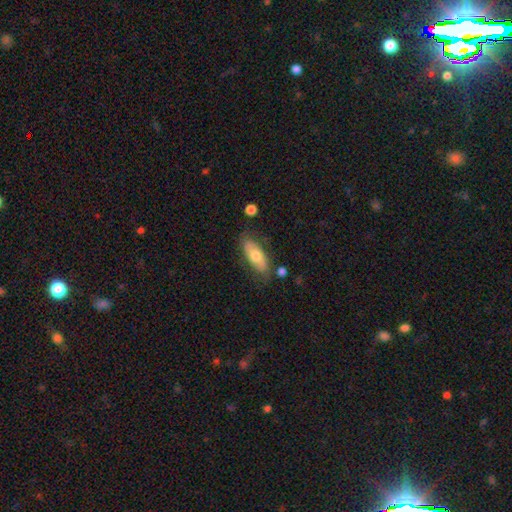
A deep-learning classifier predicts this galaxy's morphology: The model was most divided on "smooth or featured": smooth: 60%, featured or disk: 33%, star or artifact: 7%. More confident: how rounded — in between (79%); merging — none (73%).